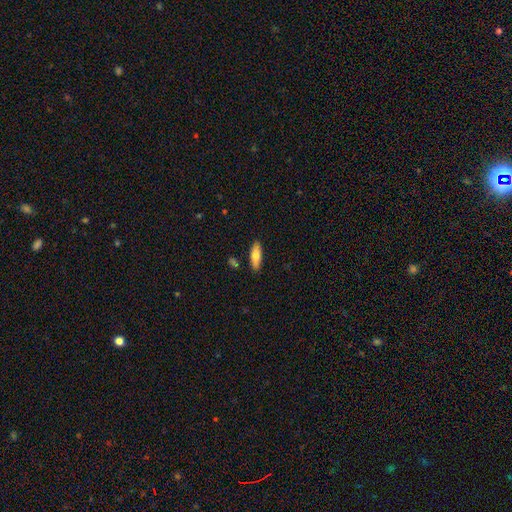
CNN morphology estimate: The model was most divided on "how rounded": in between: 56%, cigar-shaped: 42%, round: 2%. More confident: merging — none (87%); smooth or featured — smooth (72%).